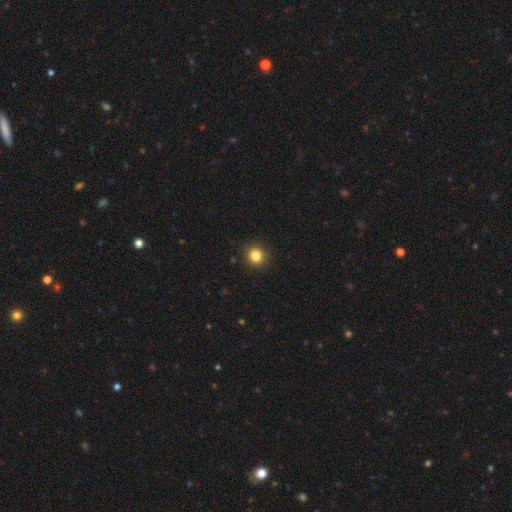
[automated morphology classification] smooth 83%, star or artifact 12%, featured or disk 5%. Down the decision tree: how rounded — round (90%); merging — none (91%).